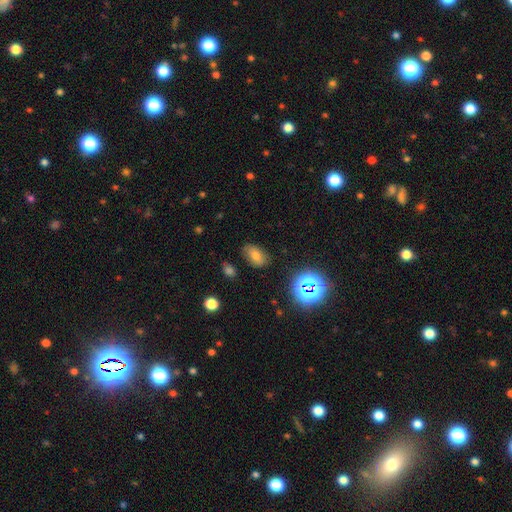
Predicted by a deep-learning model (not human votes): Morphology: type=smooth (70%); roundness=in between (88%); merging=none (78%).